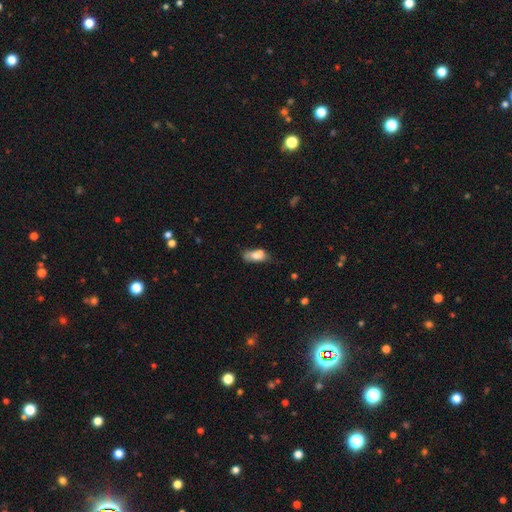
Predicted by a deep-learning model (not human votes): Q: Smooth or featured?
A: smooth (74%); runner-up: featured or disk (17%)
Q: How rounded?
A: in between (83%); runner-up: cigar-shaped (12%)
Q: Merging?
A: none (37%); runner-up: minor disturbance (29%)